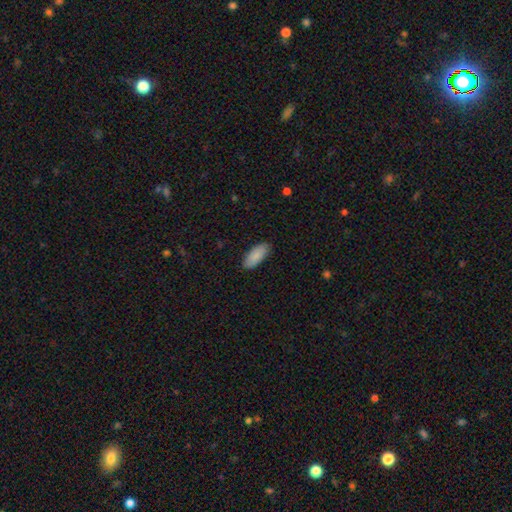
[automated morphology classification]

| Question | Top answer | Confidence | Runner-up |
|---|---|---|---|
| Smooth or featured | smooth | 89% | star or artifact (6%) |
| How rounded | in between | 85% | cigar-shaped (14%) |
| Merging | none | 87% | minor disturbance (10%) |